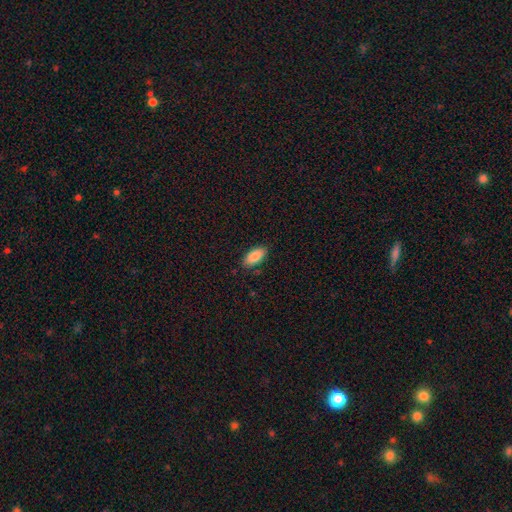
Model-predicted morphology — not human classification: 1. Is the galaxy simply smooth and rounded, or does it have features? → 87% smooth, 6% star or artifact, 6% featured or disk.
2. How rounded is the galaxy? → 90% in between, 8% cigar-shaped, 2% round.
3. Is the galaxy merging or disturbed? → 86% none, 11% minor disturbance, 2% major disturbance, 1% merger.